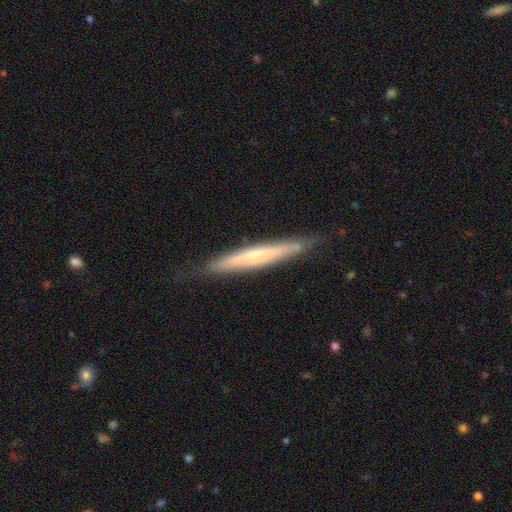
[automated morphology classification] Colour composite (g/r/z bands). It shows a featured or disk galaxy (54%) viewed edge-on (92%). Merging: none (82%).